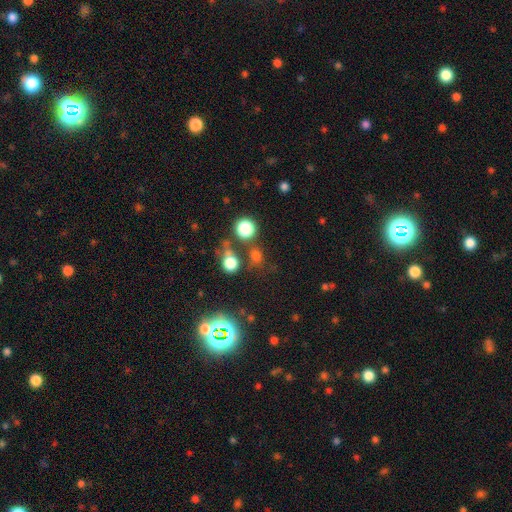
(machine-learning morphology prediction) Smooth or featured? smooth (61%)
How rounded? round (77%)
Merging? none (70%)